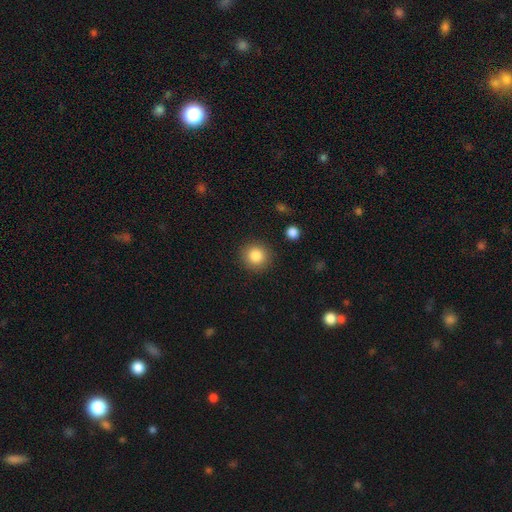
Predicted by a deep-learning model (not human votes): Overall: smooth (85%). How rounded: round (92%). Merging: none (89%).